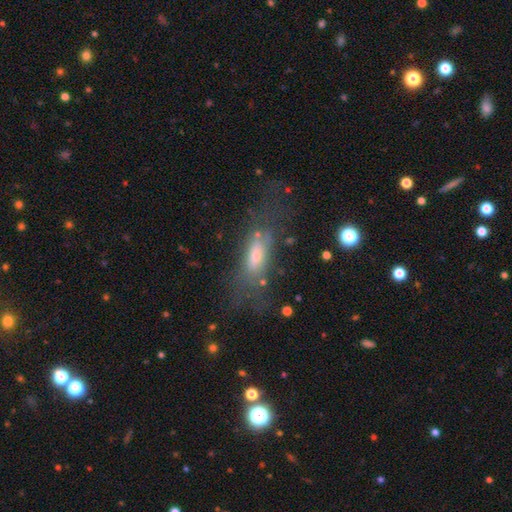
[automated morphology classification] A smooth galaxy with no disk features (56%) that is in between round and cigar-shaped (56%).

Vote fractions:
- Smooth or featured? smooth: 56% / featured or disk: 32% / star or artifact: 12%
- How rounded? in between: 56% / cigar-shaped: 40% / round: 3%
- Merging? none: 51% / major disturbance: 22% / minor disturbance: 21% / merger: 5%